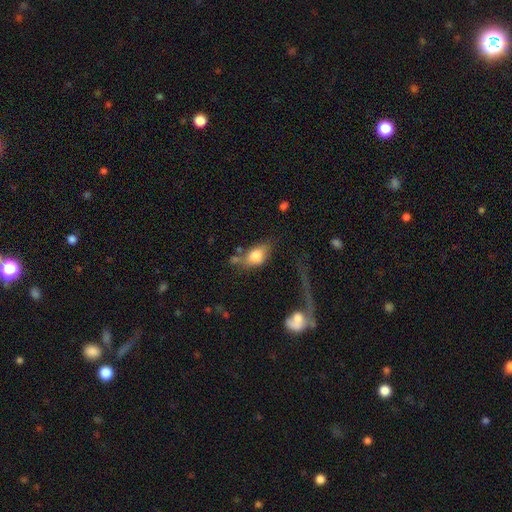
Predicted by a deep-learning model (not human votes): This appears to be a smooth galaxy with no disk features (74%) that is in between round and cigar-shaped (81%). Merging: none (37%).